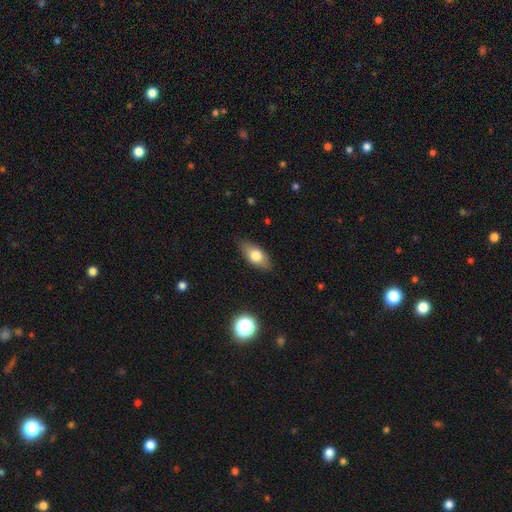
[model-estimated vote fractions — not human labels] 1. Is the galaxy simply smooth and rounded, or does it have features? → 72% smooth, 21% featured or disk, 8% star or artifact.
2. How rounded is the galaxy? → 83% in between, 11% cigar-shaped, 6% round.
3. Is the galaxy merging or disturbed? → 82% none, 14% minor disturbance, 3% major disturbance, 1% merger.